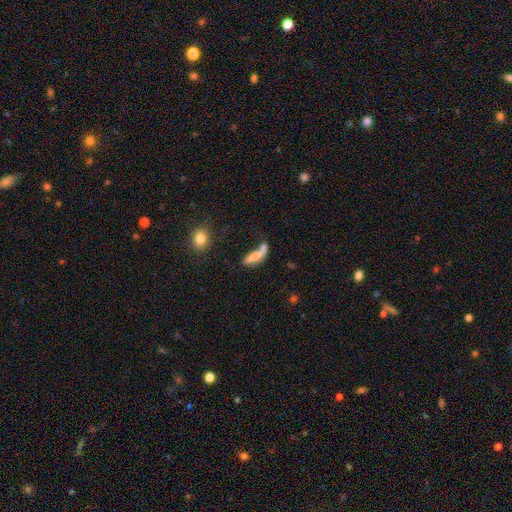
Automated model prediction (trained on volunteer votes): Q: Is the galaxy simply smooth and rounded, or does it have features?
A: smooth — 63%.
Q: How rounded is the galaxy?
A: cigar-shaped — 59%.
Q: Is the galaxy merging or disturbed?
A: none — 34%.